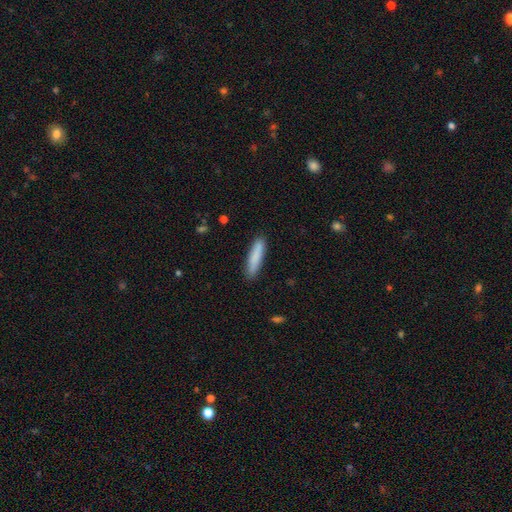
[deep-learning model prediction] Smooth or featured? Predicted: smooth (p=0.85). How rounded? Predicted: cigar-shaped (p=0.84). Merging? Predicted: none (p=0.88).